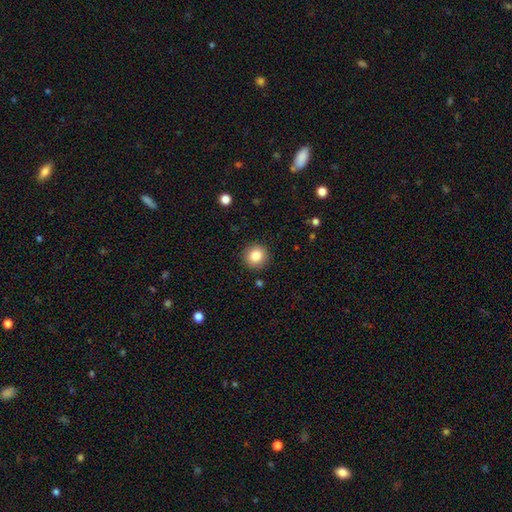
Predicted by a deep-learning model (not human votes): This is clearly a smooth galaxy (84%). How rounded: clearly round (94%). Merging: clearly none (91%).